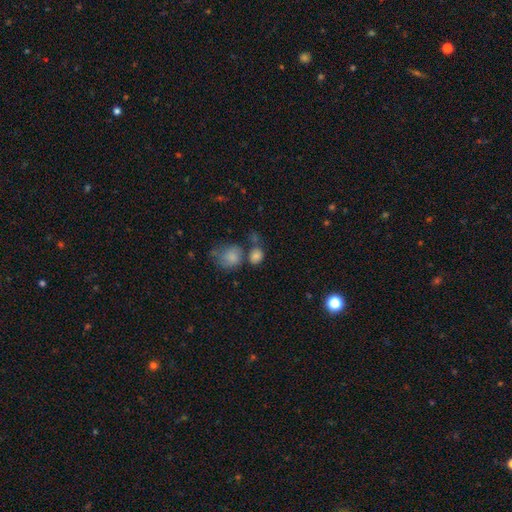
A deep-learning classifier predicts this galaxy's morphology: A smooth galaxy with no disk features (82%) that is round (55%).

Vote fractions:
- Smooth or featured? smooth: 82% / star or artifact: 11% / featured or disk: 7%
- How rounded? round: 55% / in between: 44% / cigar-shaped: 1%
- Merging? none: 49% / merger: 29% / minor disturbance: 15% / major disturbance: 7%